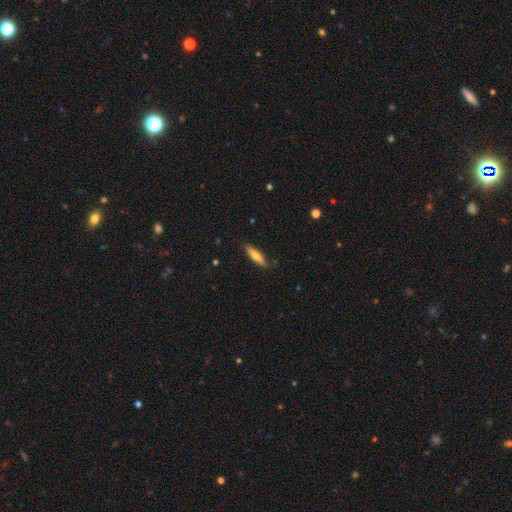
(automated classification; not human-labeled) smooth-or-featured: smooth: 65% | featured or disk: 29% | star or artifact: 6%
  how-rounded: cigar-shaped: 79% | in between: 19% | round: 2%
  merging: none: 85% | minor disturbance: 12% | major disturbance: 2% | merger: 1%